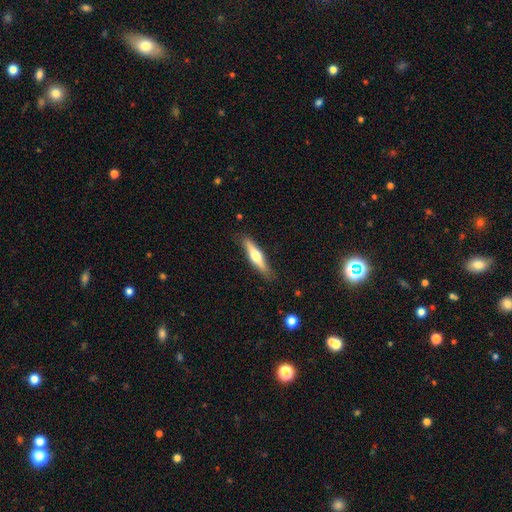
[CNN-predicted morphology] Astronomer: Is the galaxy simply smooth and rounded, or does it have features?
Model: featured or disk — 50% (runner-up: smooth, 45%).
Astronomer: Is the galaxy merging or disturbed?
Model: none — 84%.